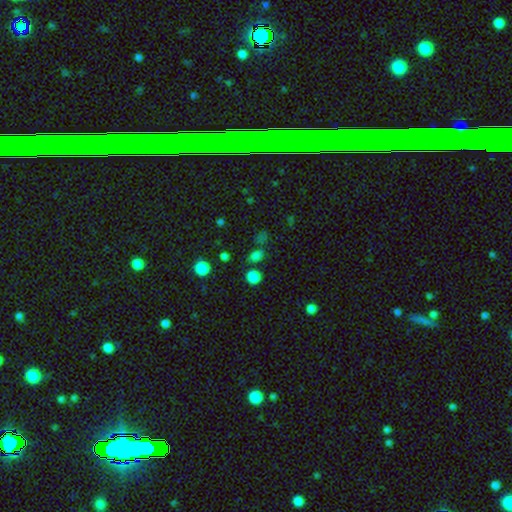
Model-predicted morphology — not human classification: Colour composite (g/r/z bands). It shows a smooth galaxy with no disk features (72%) that is round (63%). Merging: none (75%).